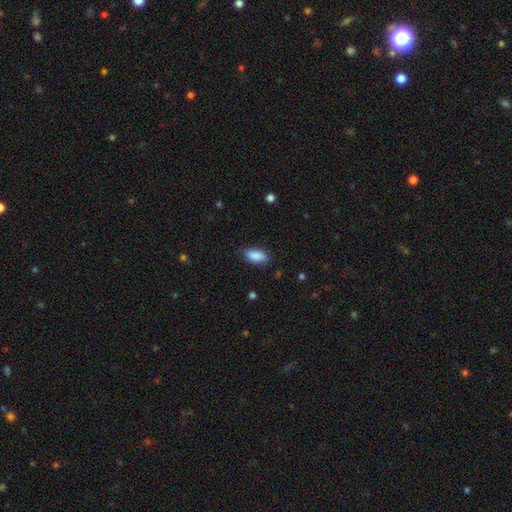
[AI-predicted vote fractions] Morphology: type=smooth (89%); roundness=in between (91%); merging=none (81%).